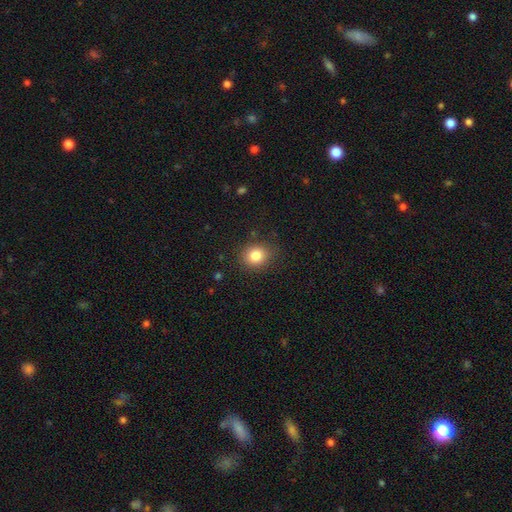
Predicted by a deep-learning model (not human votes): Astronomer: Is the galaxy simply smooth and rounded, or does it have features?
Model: smooth — 84%.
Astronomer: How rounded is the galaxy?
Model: round — 71%.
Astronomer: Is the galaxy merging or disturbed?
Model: none — 85%.